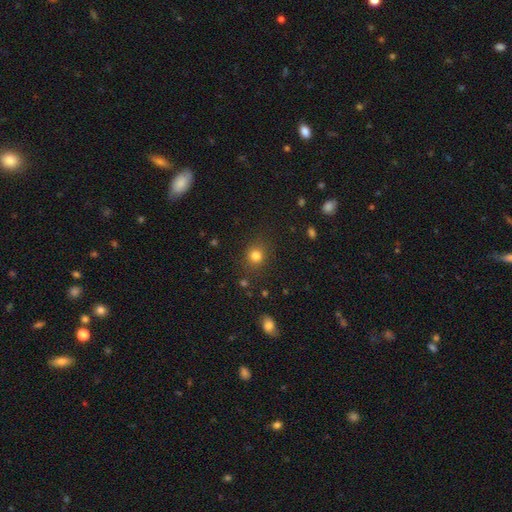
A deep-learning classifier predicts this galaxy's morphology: Overall: smooth (80%). How rounded: round (82%). Merging: none (84%).